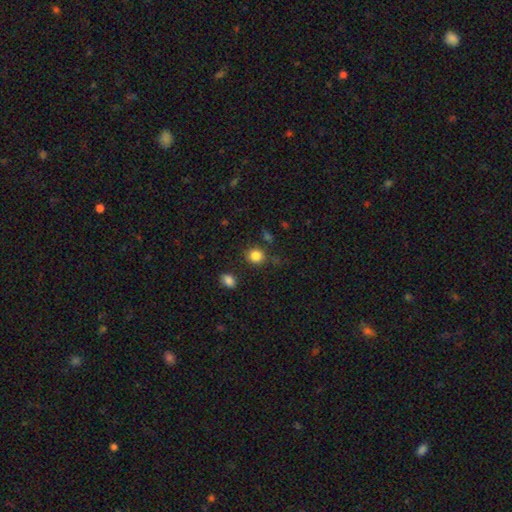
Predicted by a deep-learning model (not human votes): This is clearly a smooth galaxy (85%). How rounded: likely round (79%). Merging: clearly none (80%).